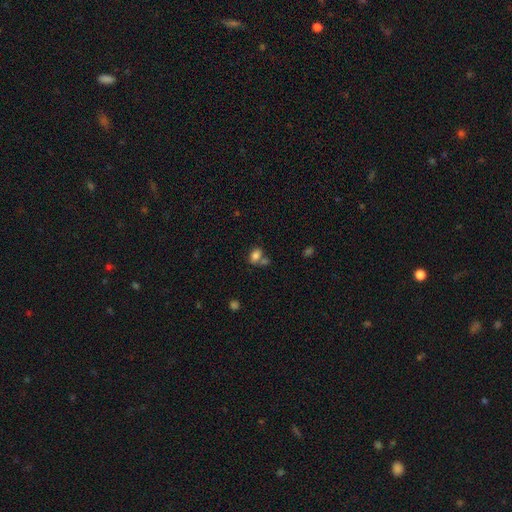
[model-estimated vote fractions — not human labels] This appears to be a smooth galaxy with no disk features (79%) that is in between round and cigar-shaped (82%). Merging: none (48%).